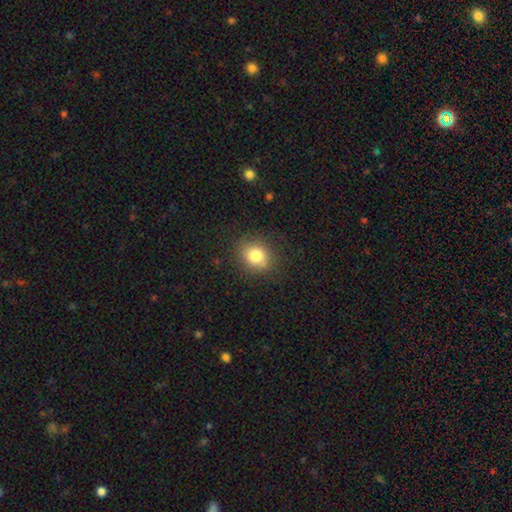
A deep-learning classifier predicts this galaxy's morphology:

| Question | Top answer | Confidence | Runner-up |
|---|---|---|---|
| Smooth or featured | smooth | 79% | star or artifact (12%) |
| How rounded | round | 68% | in between (31%) |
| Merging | none | 83% | minor disturbance (12%) |